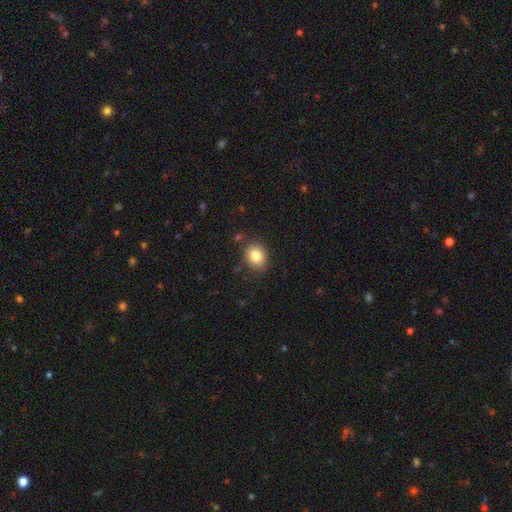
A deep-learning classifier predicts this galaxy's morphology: Smooth or featured? smooth (83%)
How rounded? round (54%)
Merging? none (82%)